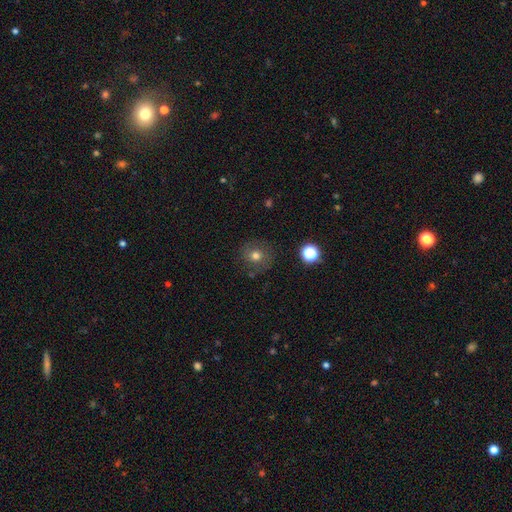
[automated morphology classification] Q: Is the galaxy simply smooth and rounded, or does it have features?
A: smooth — 67%.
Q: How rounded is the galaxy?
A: round — 88%.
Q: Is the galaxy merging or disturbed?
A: none — 81%.